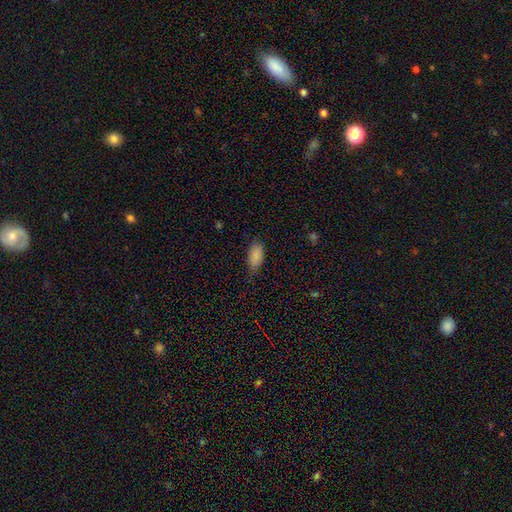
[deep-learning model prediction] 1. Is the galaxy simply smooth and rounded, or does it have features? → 87% smooth, 8% star or artifact, 6% featured or disk.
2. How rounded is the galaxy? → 91% in between, 6% cigar-shaped, 3% round.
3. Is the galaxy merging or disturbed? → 65% none, 28% minor disturbance, 6% major disturbance, 1% merger.